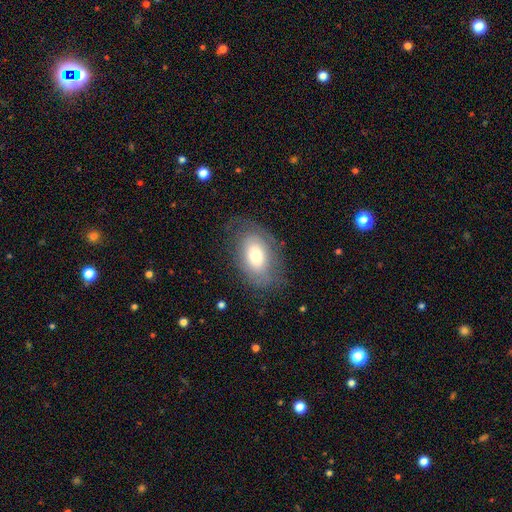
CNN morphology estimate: This is possibly a smooth galaxy (60%). How rounded: clearly in between (90%). Merging: likely none (70%).